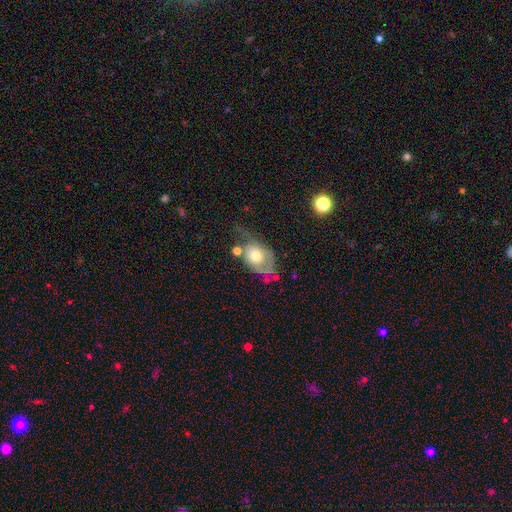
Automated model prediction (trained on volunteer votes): A smooth galaxy with no disk features (51%) that is in between round and cigar-shaped (74%). Merging: major disturbance (31%).